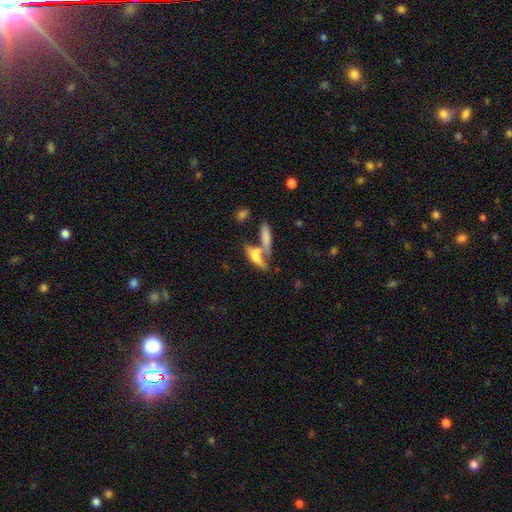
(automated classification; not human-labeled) A smooth galaxy with no disk features (56%) that is cigar-shaped (54%). Merging: merger (48%).